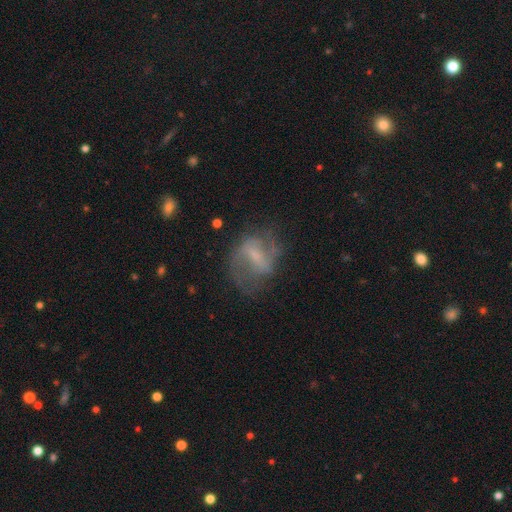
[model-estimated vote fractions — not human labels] Smooth or featured: featured or disk — 68% (smooth — 23%)
Edge-on disk: no — 96% (yes — 4%)
Bar: weak — 49% (strong — 34%)
Spiral arms: yes — 79% (no — 21%)
Spiral winding: medium — 42% (tied with loose — 42%)
Spiral arm count: 2 — 73% (can't tell — 15%)
Bulge size: small — 39% (none — 27%)
Merging: none — 55% (minor disturbance — 21%)